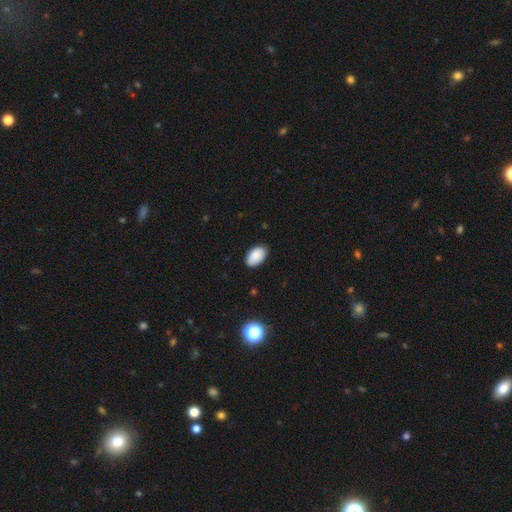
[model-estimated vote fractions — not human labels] smooth_or_featured: smooth (p=0.89) [alt: star or artifact p=0.07]
how_rounded: in between (p=0.94) [alt: round p=0.05]
merging: none (p=0.88) [alt: minor disturbance p=0.09]